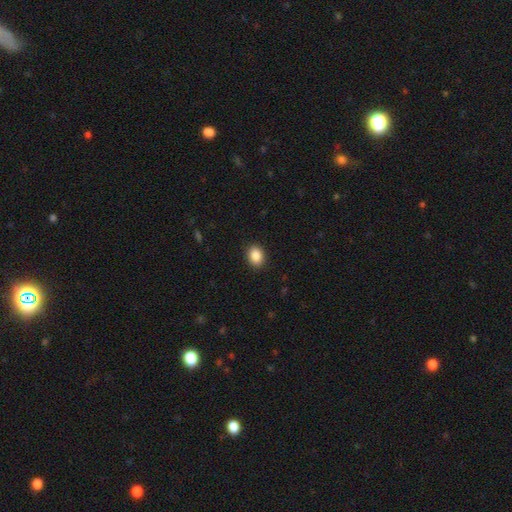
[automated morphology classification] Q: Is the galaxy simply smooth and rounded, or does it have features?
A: smooth — 88%.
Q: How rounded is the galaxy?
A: in between — 60%.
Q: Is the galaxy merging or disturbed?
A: none — 90%.